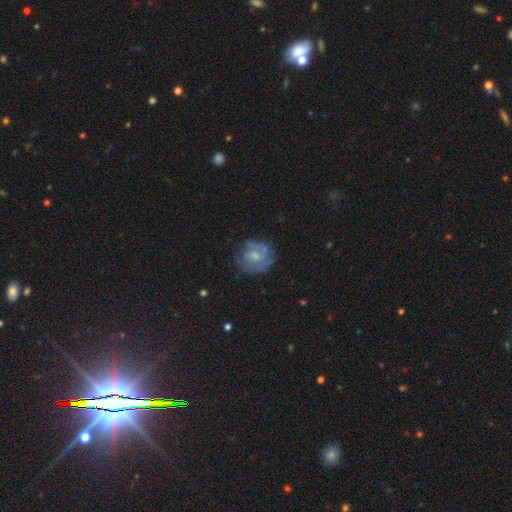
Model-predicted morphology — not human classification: The model was most divided on "spiral arms": yes: 51%, no: 49%. Remaining: edge-on disk — no (98%); bar — no (67%); merging — none (63%); smooth or featured — featured or disk (54%); bulge size — moderate (46%).